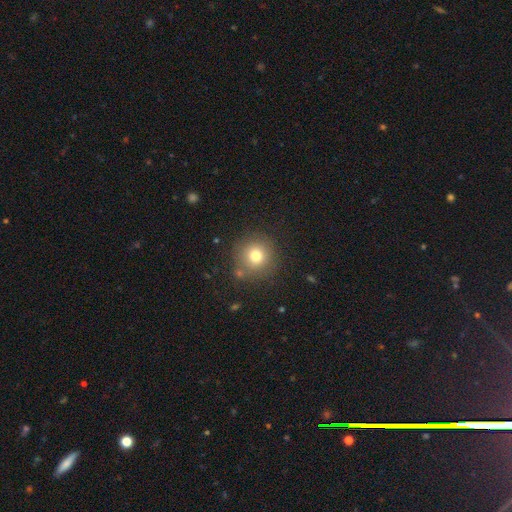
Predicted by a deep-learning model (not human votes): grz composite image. It shows a smooth galaxy with no disk features (76%) that is round (94%). Merging: none (83%).